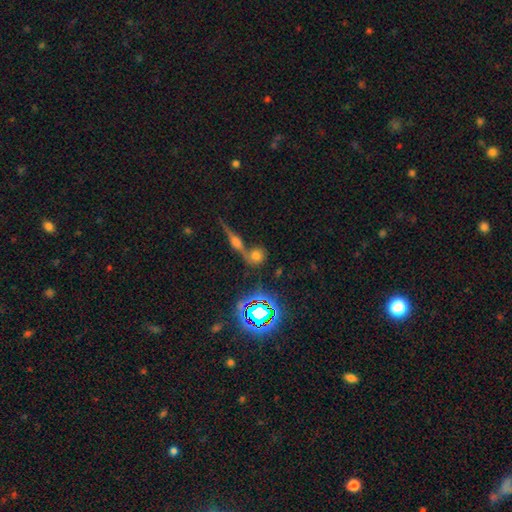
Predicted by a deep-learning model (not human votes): smooth 53%, star or artifact 27%, featured or disk 20%. Down the decision tree: how rounded — round (80%); merging — none (53%).